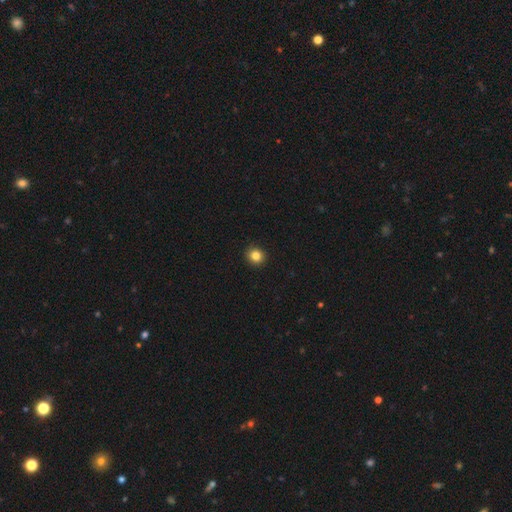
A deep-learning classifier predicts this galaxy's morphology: Smooth or featured? smooth (83%)
How rounded? round (88%)
Merging? none (92%)